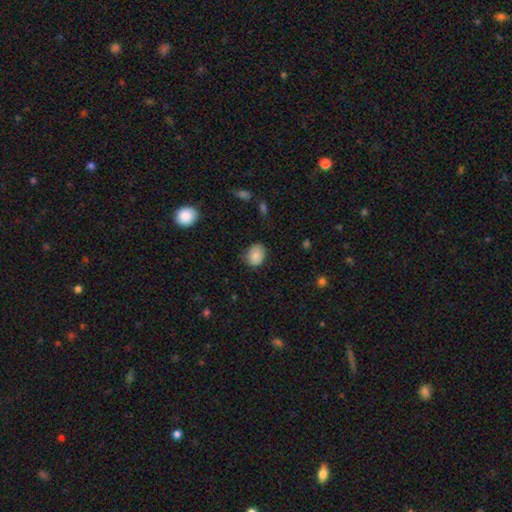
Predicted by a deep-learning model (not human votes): Overall: smooth (83%). How rounded: in between (50%; round 49%). Merging: none (70%).